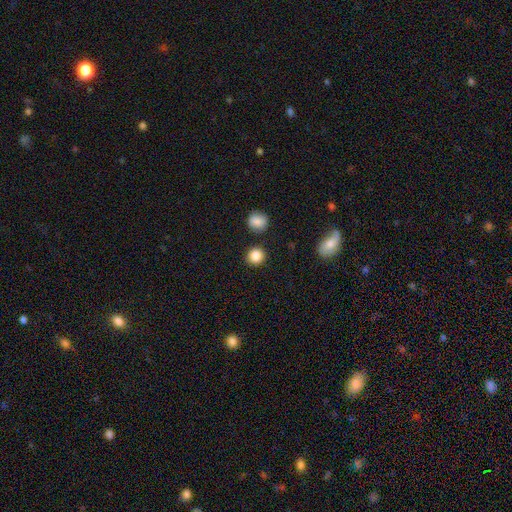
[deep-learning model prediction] Q: Smooth or featured?
A: smooth (86%); runner-up: star or artifact (10%)
Q: How rounded?
A: round (93%); runner-up: in between (6%)
Q: Merging?
A: none (88%); runner-up: minor disturbance (6%)